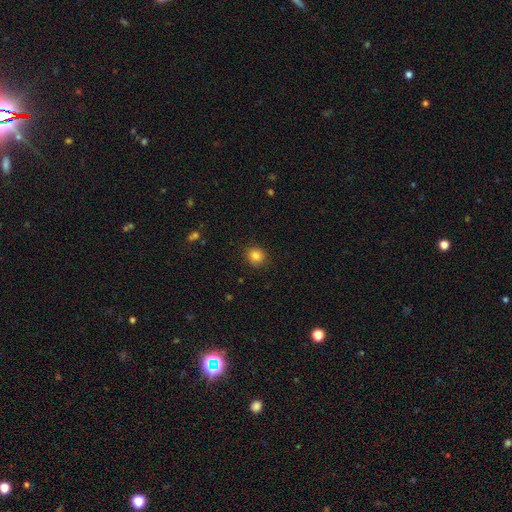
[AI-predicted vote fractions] This appears to be a smooth galaxy with no disk features (83%) that is round (90%). Merging: none (90%).